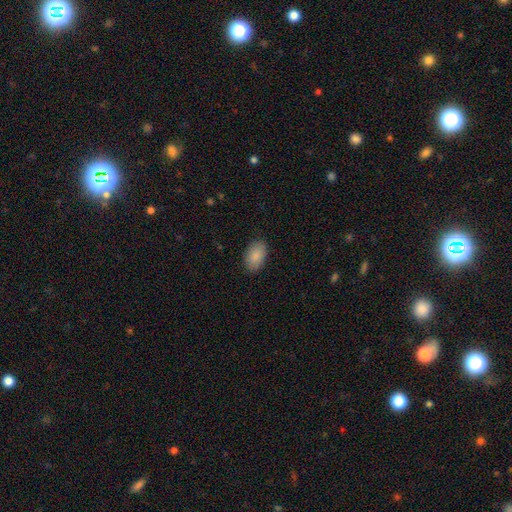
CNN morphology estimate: The model was most divided on "merging": none: 87%, minor disturbance: 10%, major disturbance: 2%, merger: 1%. More confident: how rounded — in between (92%); smooth or featured — smooth (89%).